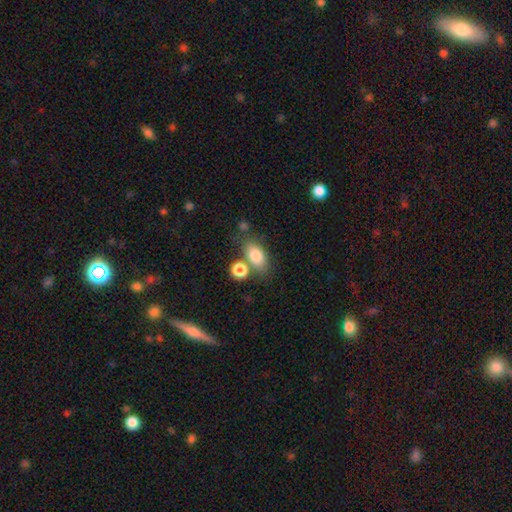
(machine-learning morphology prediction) type=smooth (81%); roundness=in between (83%); merging=none (62%).